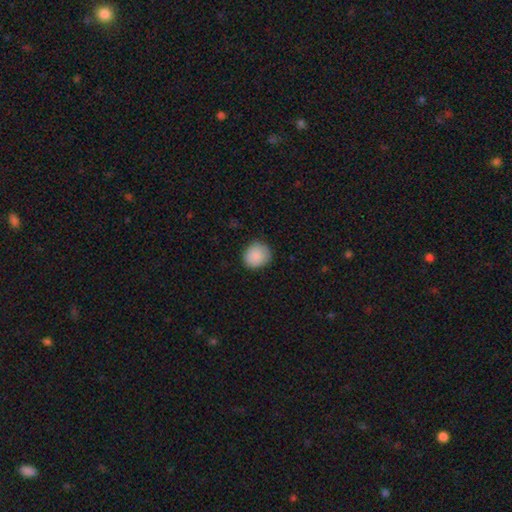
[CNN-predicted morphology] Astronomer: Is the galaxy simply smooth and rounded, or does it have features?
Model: smooth — 89%.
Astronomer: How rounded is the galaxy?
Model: round — 84%.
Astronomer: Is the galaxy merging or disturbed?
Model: none — 84%.